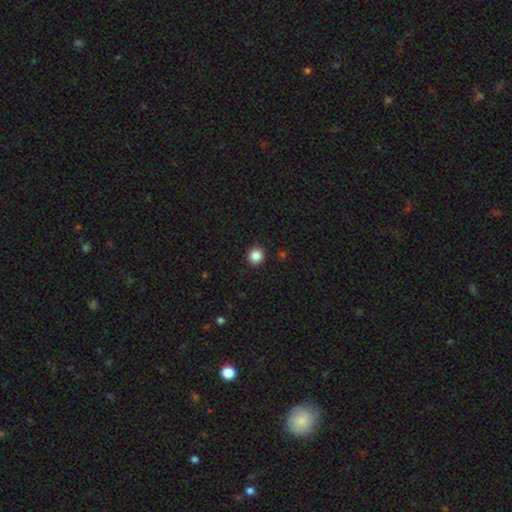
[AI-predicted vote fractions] smooth_or_featured: smooth (p=0.87) [alt: star or artifact p=0.10]
how_rounded: round (p=0.90) [alt: in between p=0.10]
merging: none (p=0.91) [alt: minor disturbance p=0.06]